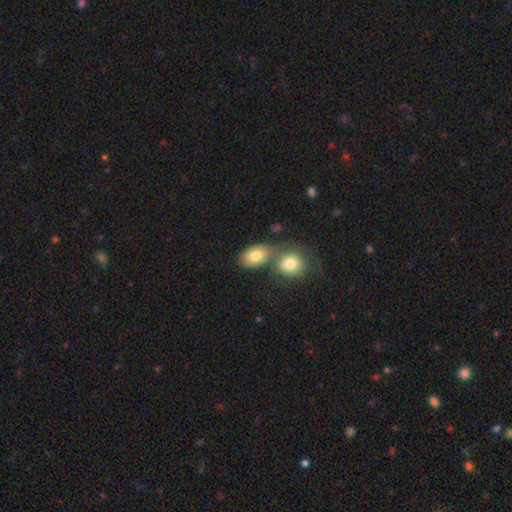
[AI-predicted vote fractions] Morphology: type=smooth (79%); roundness=in between (79%); merging=merger (46%).